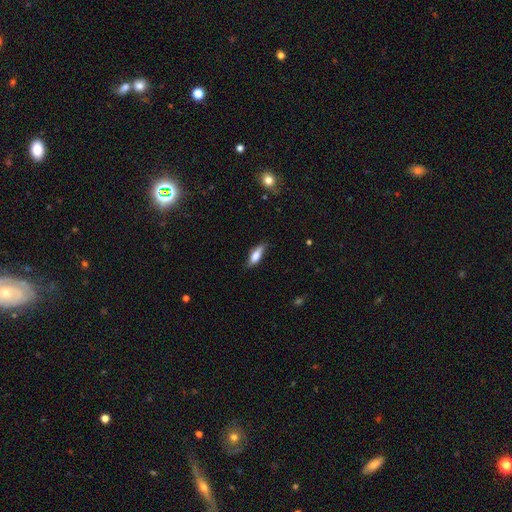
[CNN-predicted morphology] The model was most divided on "how rounded": in between: 59%, cigar-shaped: 39%, round: 2%. More confident: merging — none (77%); smooth or featured — smooth (73%).